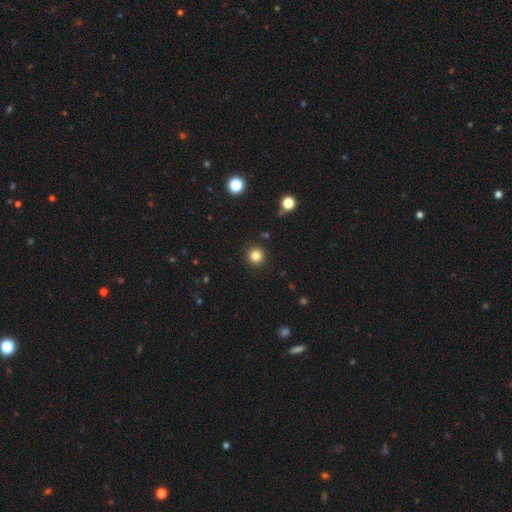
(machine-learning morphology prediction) This is clearly a smooth galaxy (83%). How rounded: clearly round (94%). Merging: clearly none (91%).